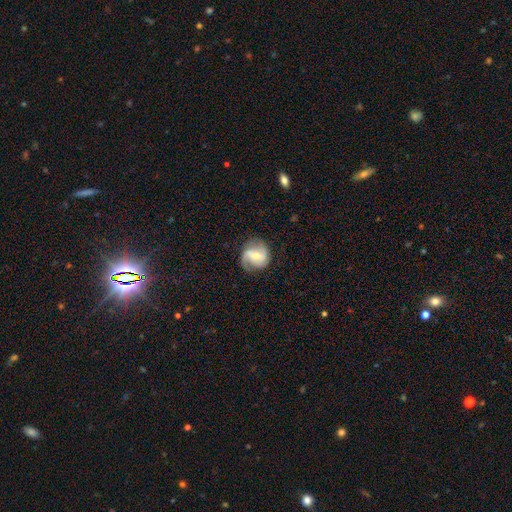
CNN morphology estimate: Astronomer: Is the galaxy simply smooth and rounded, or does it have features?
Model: featured or disk — 73%.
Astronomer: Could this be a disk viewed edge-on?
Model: no — 98%.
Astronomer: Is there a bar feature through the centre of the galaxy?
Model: weak — 46% (runner-up: strong, 33%).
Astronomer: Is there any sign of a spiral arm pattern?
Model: yes — 91%.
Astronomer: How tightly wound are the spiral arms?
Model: medium — 45% (runner-up: loose, 33%).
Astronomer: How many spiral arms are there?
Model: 2 — 79%.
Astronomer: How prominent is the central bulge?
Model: small — 46% (runner-up: moderate, 43%).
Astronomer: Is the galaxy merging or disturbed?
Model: none — 72%.